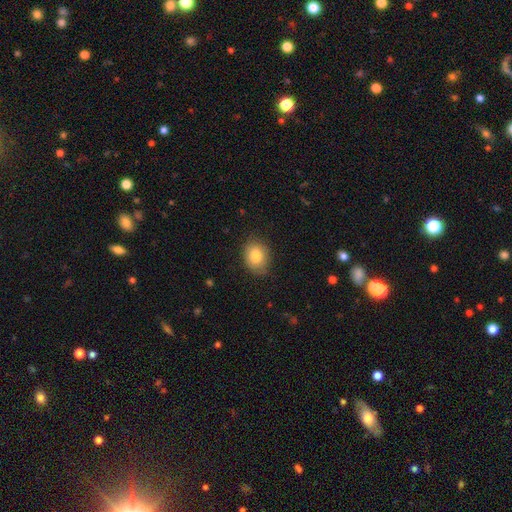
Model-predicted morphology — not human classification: smooth 82%, featured or disk 10%, star or artifact 8%. Down the decision tree: how rounded — in between (57%); merging — none (79%).